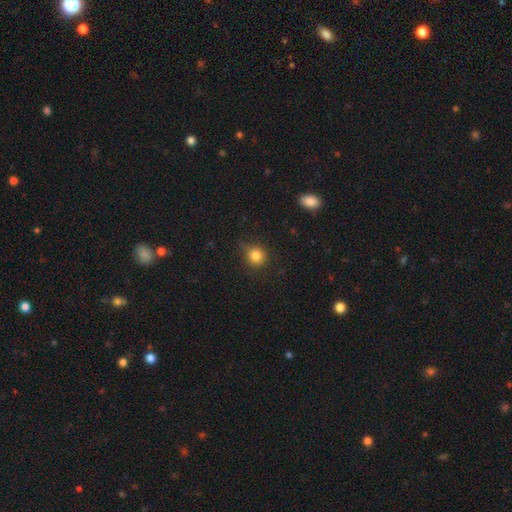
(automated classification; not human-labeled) Smooth or featured? smooth (83%)
How rounded? round (89%)
Merging? none (75%)